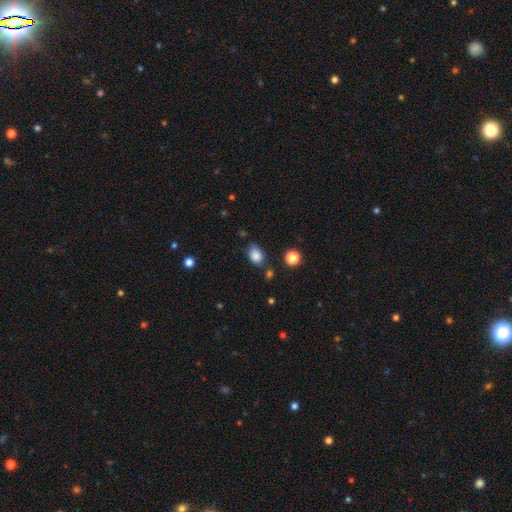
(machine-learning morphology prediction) smooth 85%, star or artifact 10%, featured or disk 5%. Down the decision tree: how rounded — in between (70%); merging — none (71%).